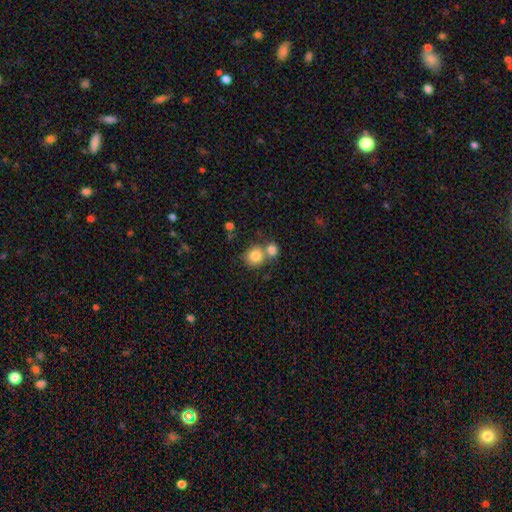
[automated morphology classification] smooth 83%, star or artifact 9%, featured or disk 8%. Down the decision tree: how rounded — round (82%); merging — none (47%).